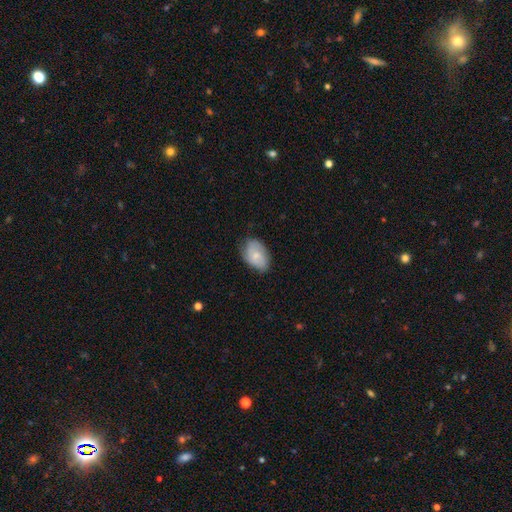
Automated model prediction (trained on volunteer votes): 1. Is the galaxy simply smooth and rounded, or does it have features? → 63% smooth, 31% featured or disk, 6% star or artifact.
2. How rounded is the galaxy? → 88% in between, 11% round, 1% cigar-shaped.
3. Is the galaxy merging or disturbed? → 66% none, 28% minor disturbance, 5% major disturbance, 1% merger.